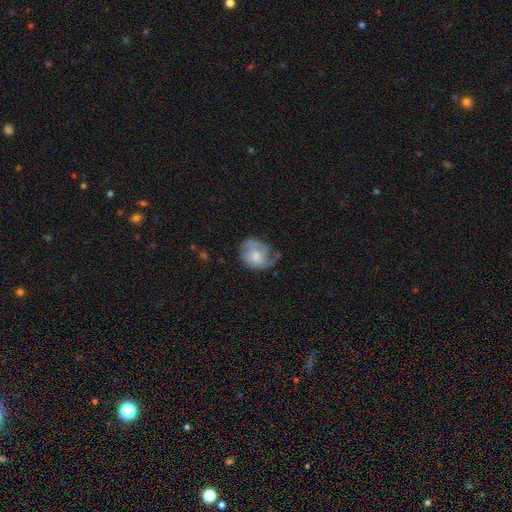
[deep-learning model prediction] A smooth galaxy with no disk features (54%) that is round (59%).

Vote fractions:
- Smooth or featured? smooth: 54% / featured or disk: 39% / star or artifact: 7%
- How rounded? round: 59% / in between: 40% / cigar-shaped: 1%
- Merging? none: 39% / minor disturbance: 34% / major disturbance: 25% / merger: 3%